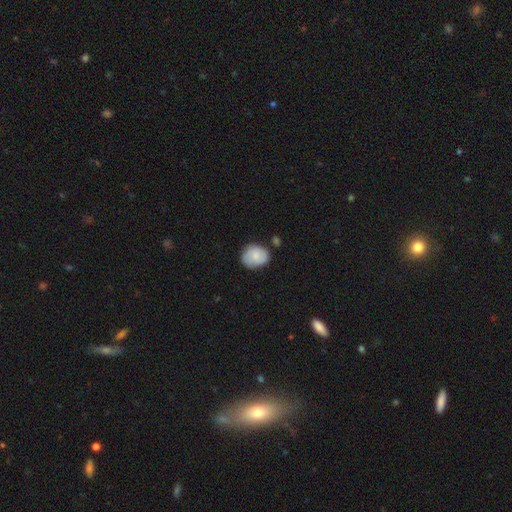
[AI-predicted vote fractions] Smooth or featured?
  - smooth: 72% *
  - featured or disk: 22%
  - star or artifact: 7%
How rounded?
  - round: 55% *
  - in between: 44%
  - cigar-shaped: 1%
Merging?
  - none: 69% *
  - minor disturbance: 22%
  - merger: 5%
  - major disturbance: 4%